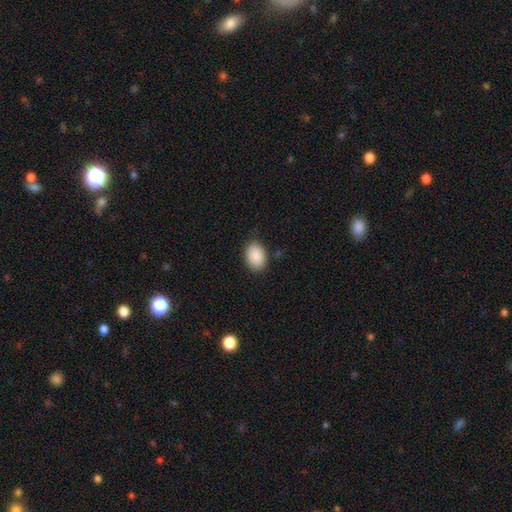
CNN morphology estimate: The model was most divided on "how rounded": in between: 81%, round: 18%, cigar-shaped: 1%. More confident: smooth or featured — smooth (90%); merging — none (85%).